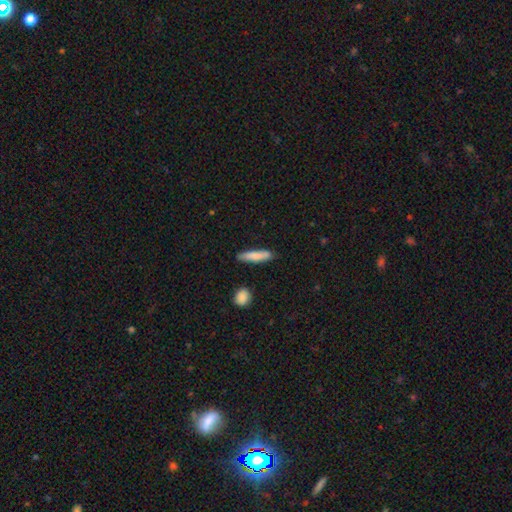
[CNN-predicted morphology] A smooth galaxy with no disk features (80%) that is cigar-shaped (82%). Merging: none (81%).